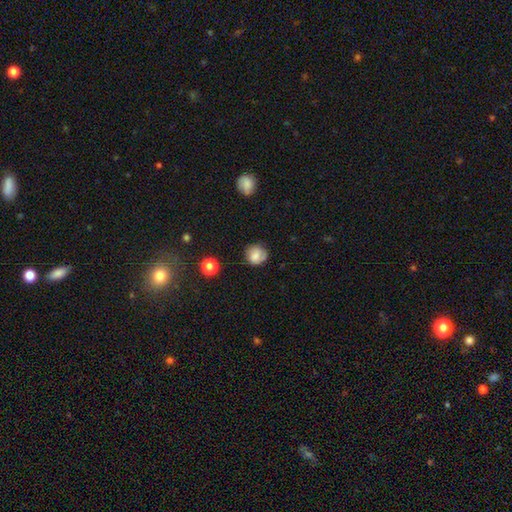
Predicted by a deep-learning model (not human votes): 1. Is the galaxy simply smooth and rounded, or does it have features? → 75% smooth, 15% featured or disk, 9% star or artifact.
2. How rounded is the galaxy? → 83% round, 16% in between, 1% cigar-shaped.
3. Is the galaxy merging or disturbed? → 71% none, 20% minor disturbance, 6% major disturbance, 2% merger.